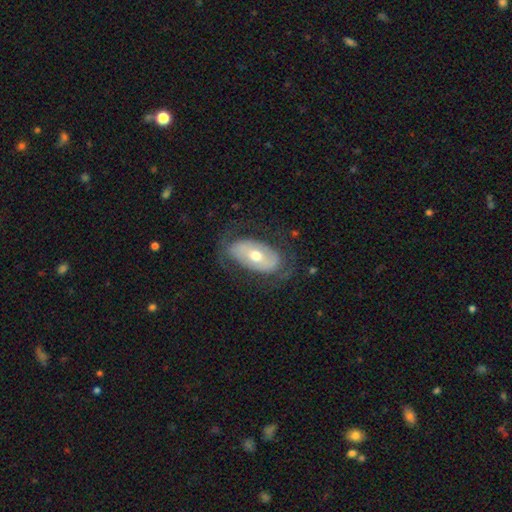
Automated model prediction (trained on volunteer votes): featured or disk 60%, smooth 34%, star or artifact 6%. Down the decision tree: edge-on disk — no (90%); bar — no (60%); spiral arms — yes (51%); bulge size — moderate (67%); merging — none (69%).